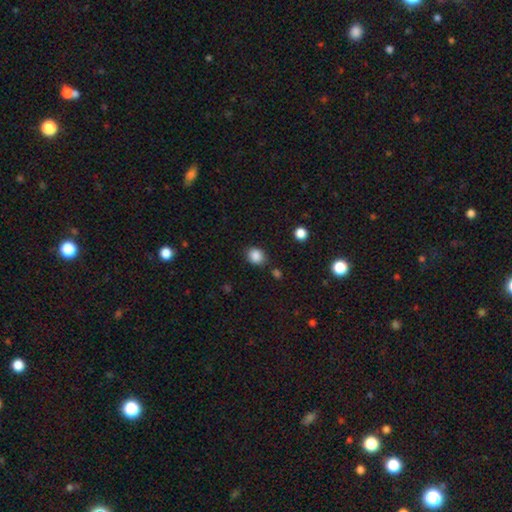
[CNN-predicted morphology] smooth-or-featured: smooth: 87% | star or artifact: 10% | featured or disk: 4%
  how-rounded: round: 61% | in between: 38% | cigar-shaped: 1%
  merging: none: 80% | minor disturbance: 13% | merger: 4% | major disturbance: 3%